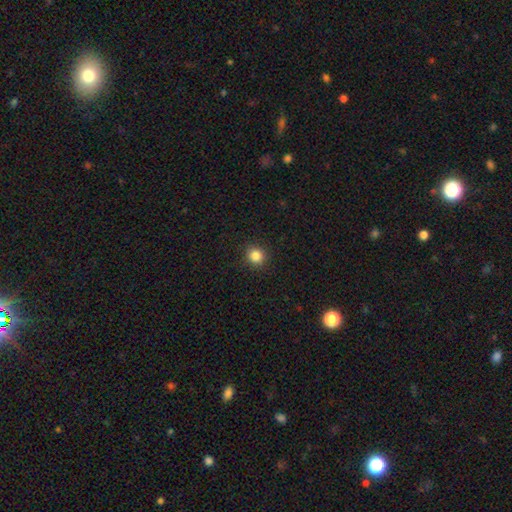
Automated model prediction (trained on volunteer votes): Smooth or featured: smooth — 85% (star or artifact — 11%)
How rounded: round — 89% (in between — 10%)
Merging: none — 91% (minor disturbance — 6%)